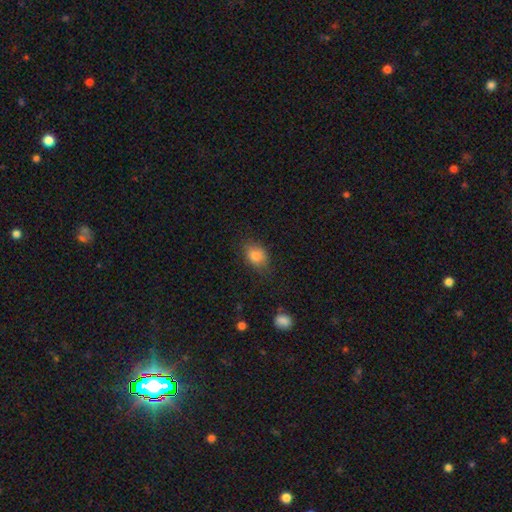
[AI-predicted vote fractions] smooth-or-featured: smooth: 83% | star or artifact: 9% | featured or disk: 8%
  how-rounded: in between: 69% | round: 30% | cigar-shaped: 1%
  merging: none: 76% | minor disturbance: 18% | major disturbance: 4% | merger: 1%